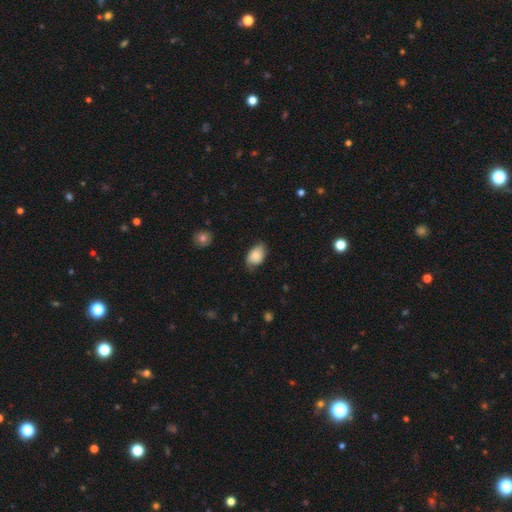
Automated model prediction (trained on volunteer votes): smooth 76%, featured or disk 17%, star or artifact 7%. Down the decision tree: how rounded — in between (86%); merging — none (63%).